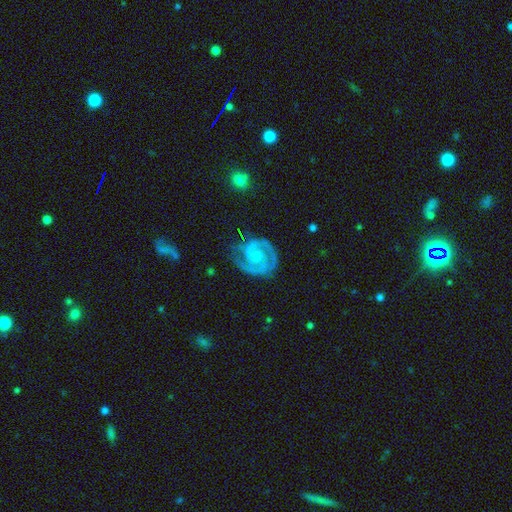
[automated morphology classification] A featured or disk galaxy (88%) with no bar (64%), 2 (79%) tight (56%) spiral arms (97%) and a small central bulge (51%). Merging: none (68%).